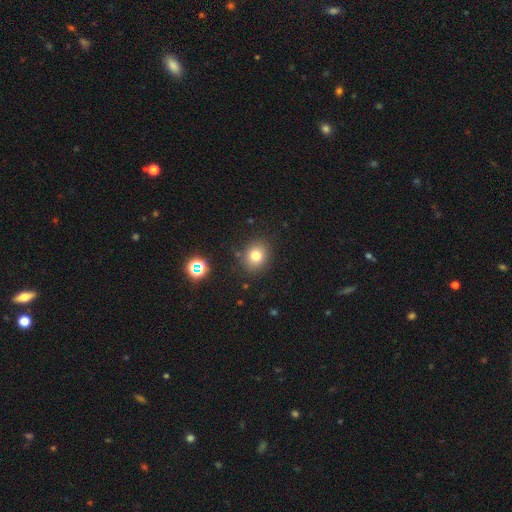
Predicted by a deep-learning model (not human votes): Overall: smooth (75%). How rounded: round (75%). Merging: none (85%).